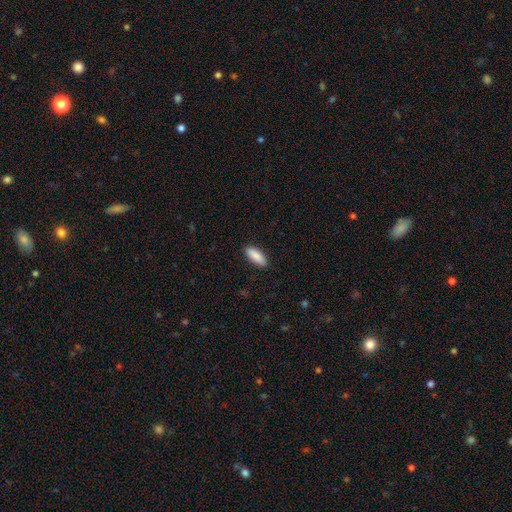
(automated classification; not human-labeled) This appears to be a smooth galaxy with no disk features (90%) that is in between round and cigar-shaped (76%). Merging: none (89%).